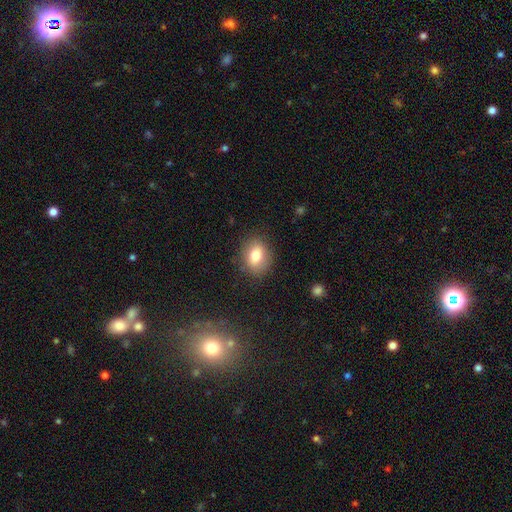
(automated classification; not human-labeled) This is likely a smooth galaxy (77%). How rounded: possibly in between (59%). Merging: clearly none (84%).